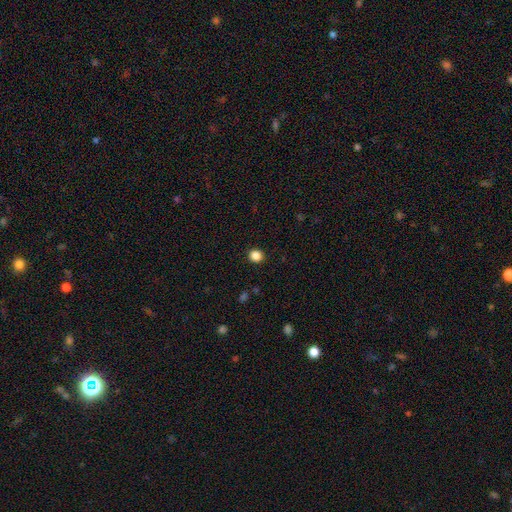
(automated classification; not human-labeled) Smooth or featured?
  - smooth: 86% *
  - star or artifact: 11%
  - featured or disk: 3%
How rounded?
  - round: 85% *
  - in between: 14%
  - cigar-shaped: 1%
Merging?
  - none: 92% *
  - minor disturbance: 5%
  - major disturbance: 2%
  - merger: 1%